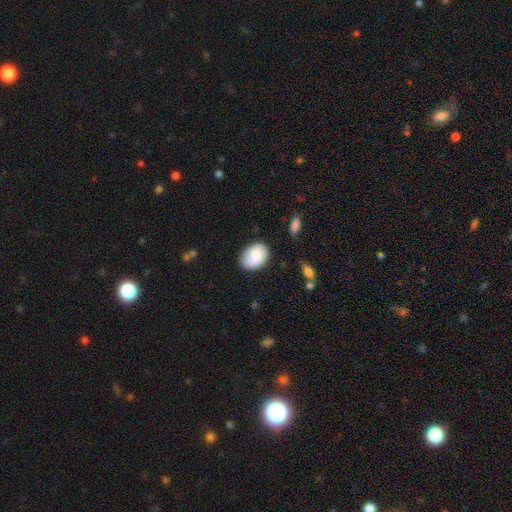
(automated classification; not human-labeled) smooth_or_featured: smooth (p=0.67) [alt: featured or disk p=0.26]
how_rounded: in between (p=0.69) [alt: round p=0.30]
merging: none (p=0.76) [alt: minor disturbance p=0.18]